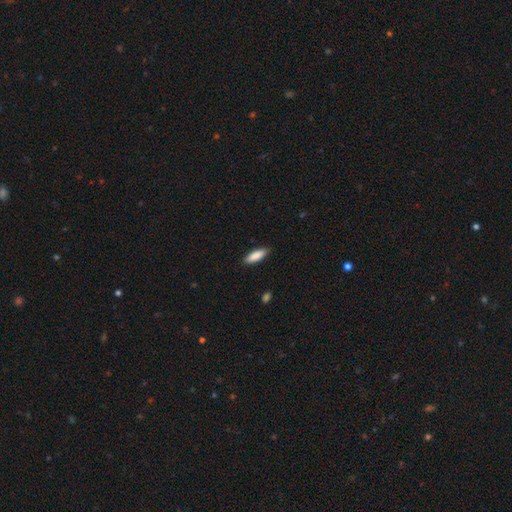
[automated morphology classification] Q: Smooth or featured?
A: smooth (87%); runner-up: featured or disk (8%)
Q: How rounded?
A: cigar-shaped (53%); runner-up: in between (45%)
Q: Merging?
A: none (88%); runner-up: minor disturbance (9%)